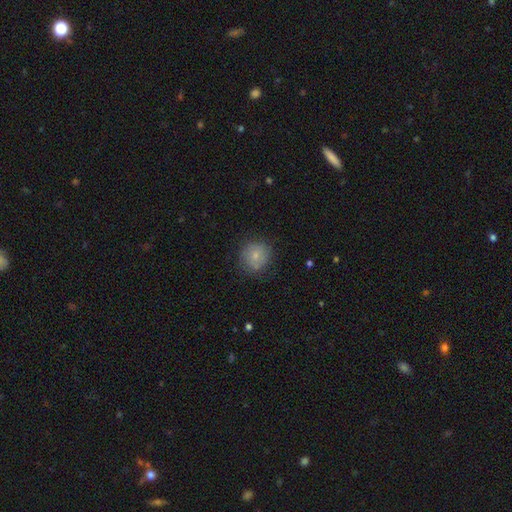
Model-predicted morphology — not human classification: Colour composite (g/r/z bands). It shows a smooth galaxy with no disk features (76%) that is round (86%). Merging: none (75%).